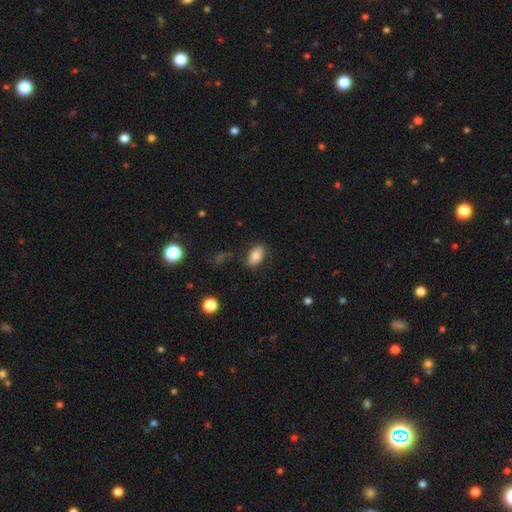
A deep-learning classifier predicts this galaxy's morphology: Smooth or featured? smooth (78%)
How rounded? in between (91%)
Merging? none (80%)